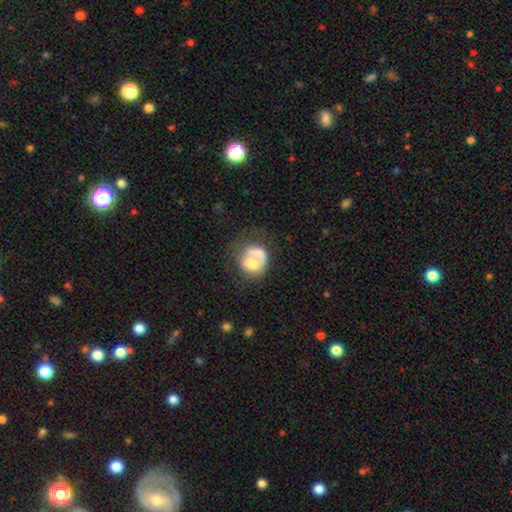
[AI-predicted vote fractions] Overall: smooth (48%; featured or disk 44%). Merging: merger (39%; none 28%).